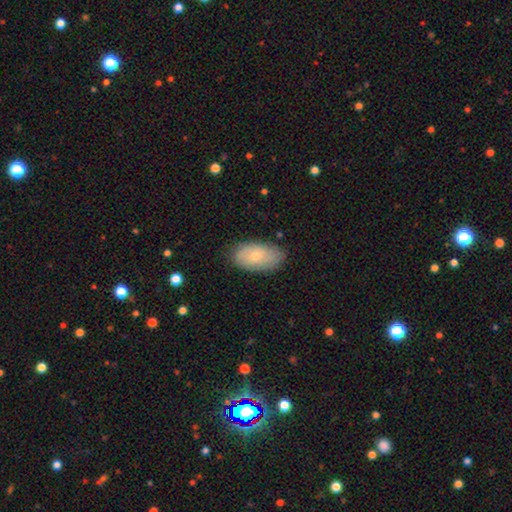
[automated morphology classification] A smooth galaxy with no disk features (70%) that is in between round and cigar-shaped (93%). Merging: none (79%).